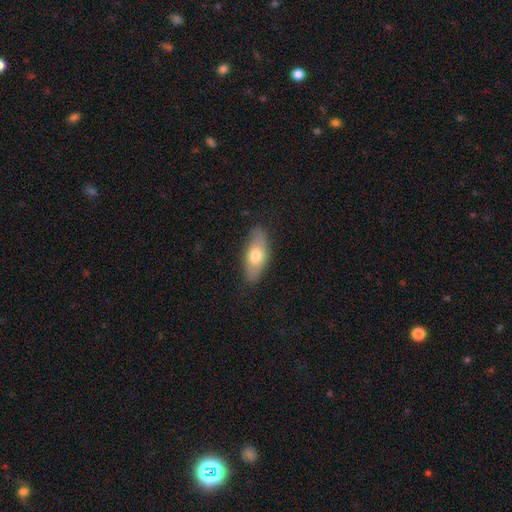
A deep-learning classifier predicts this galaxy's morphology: This is likely a smooth galaxy (65%). How rounded: clearly in between (84%). Merging: clearly none (82%).